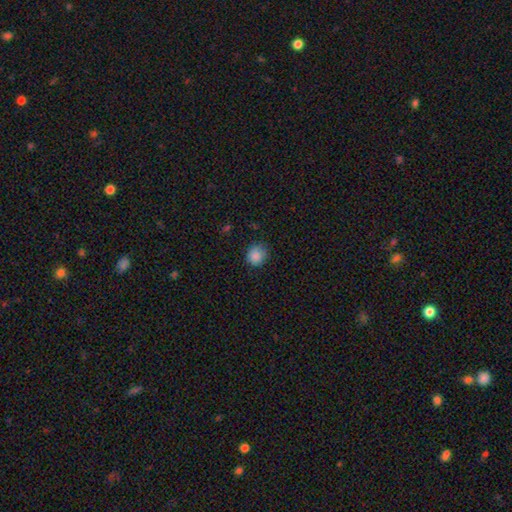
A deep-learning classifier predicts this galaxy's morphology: This is clearly a smooth galaxy (87%). How rounded: clearly round (82%). Merging: likely none (79%).